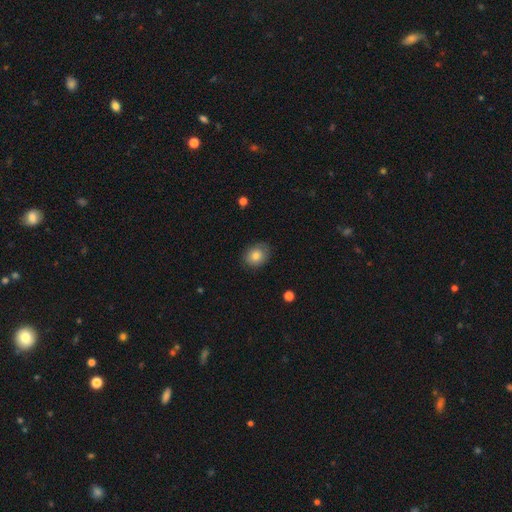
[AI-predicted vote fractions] This appears to be a smooth galaxy with no disk features (80%) that is round (52%). Merging: none (80%).